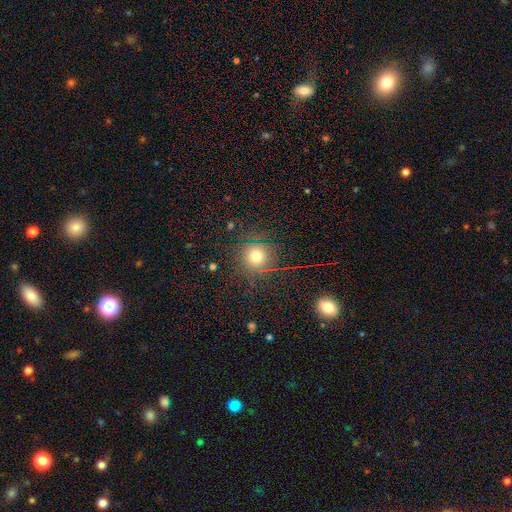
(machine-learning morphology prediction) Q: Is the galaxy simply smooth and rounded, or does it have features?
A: smooth — 68%.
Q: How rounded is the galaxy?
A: round — 93%.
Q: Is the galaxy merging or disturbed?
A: none — 84%.